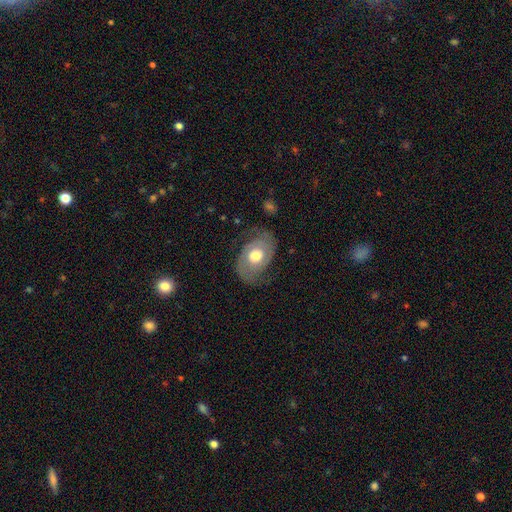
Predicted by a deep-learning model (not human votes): A featured or disk galaxy (73%) with no bar (74%), 2 (84%) medium (43%) spiral arms (87%) and a moderate central bulge (72%). Merging: none (64%).